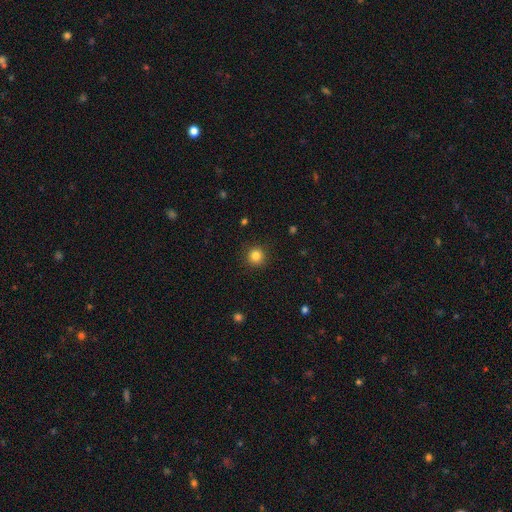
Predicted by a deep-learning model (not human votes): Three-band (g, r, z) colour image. It shows a smooth galaxy with no disk features (84%) that is round (95%). Merging: none (91%).